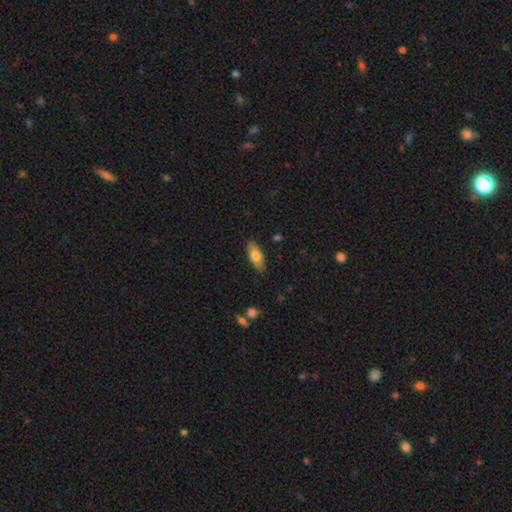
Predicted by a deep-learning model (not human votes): This is likely a smooth galaxy (73%). How rounded: likely in between (78%). Merging: clearly none (86%).